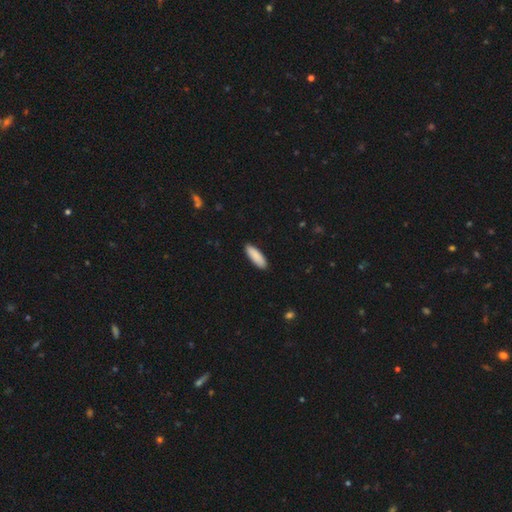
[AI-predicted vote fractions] smooth 90%, star or artifact 5%, featured or disk 5%. Down the decision tree: how rounded — in between (55%); merging — none (90%).